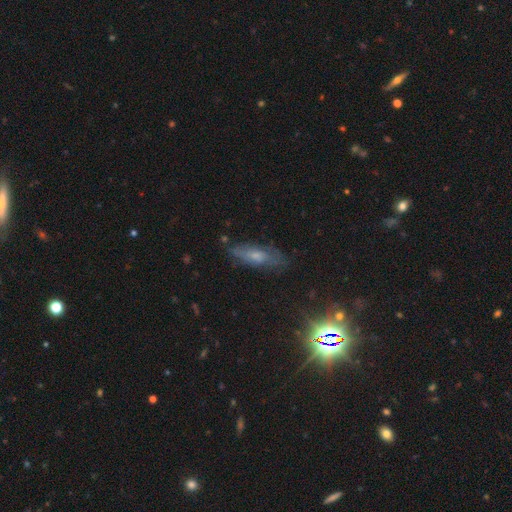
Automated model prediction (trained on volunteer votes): Smooth or featured?
  - smooth: 48% *
  - featured or disk: 39%
  - star or artifact: 14%
Merging?
  - none: 69% *
  - minor disturbance: 22%
  - major disturbance: 7%
  - merger: 2%